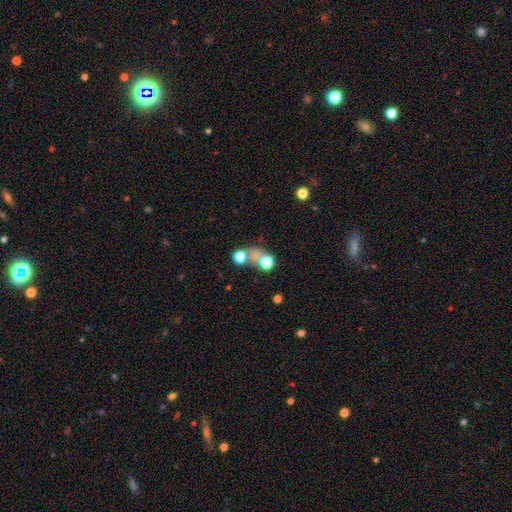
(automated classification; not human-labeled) This is likely a smooth galaxy (62%). How rounded: likely round (71%). Merging: marginally merger (39%, tied with none).